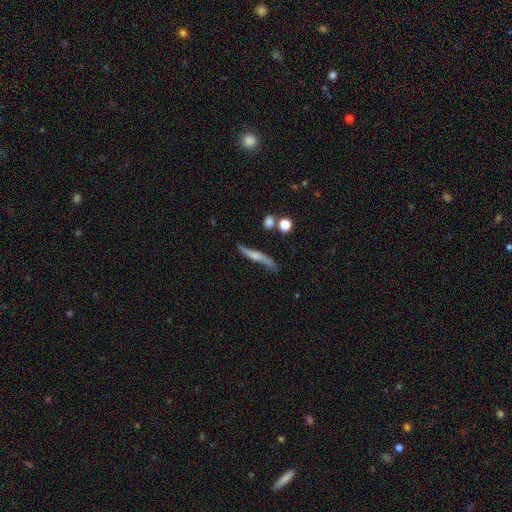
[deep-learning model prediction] Q: Smooth or featured?
A: featured or disk (53%); runner-up: smooth (40%)
Q: Edge-on disk?
A: yes (81%); runner-up: no (19%)
Q: Merging?
A: none (66%); runner-up: minor disturbance (22%)